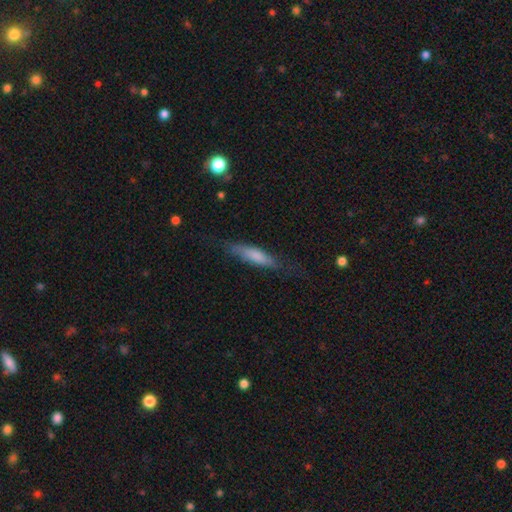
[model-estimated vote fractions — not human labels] smooth-or-featured: smooth: 70% | featured or disk: 23% | star or artifact: 6%
  how-rounded: cigar-shaped: 74% | in between: 24% | round: 2%
  merging: none: 71% | minor disturbance: 21% | major disturbance: 7% | merger: 2%